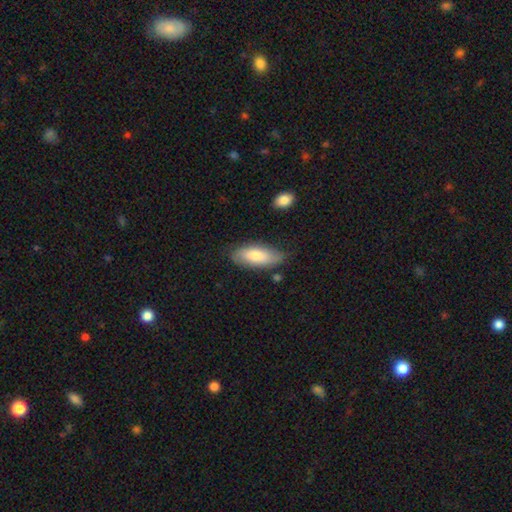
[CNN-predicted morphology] smooth-or-featured: smooth: 75% | featured or disk: 19% | star or artifact: 6%
  how-rounded: in between: 80% | cigar-shaped: 17% | round: 2%
  merging: none: 75% | minor disturbance: 18% | major disturbance: 3% | merger: 3%